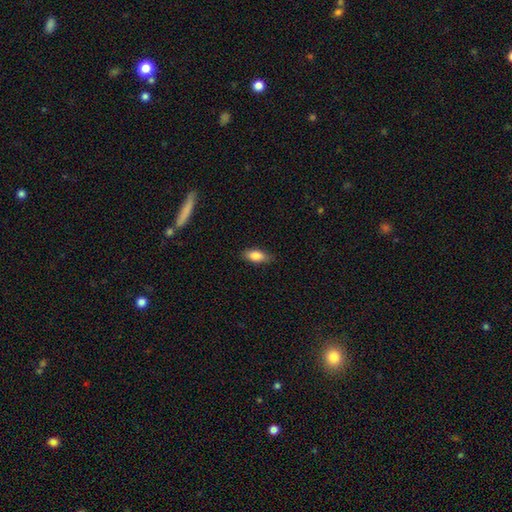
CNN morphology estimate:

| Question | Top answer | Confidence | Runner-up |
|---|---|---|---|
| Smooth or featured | smooth | 83% | featured or disk (10%) |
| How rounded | in between | 82% | cigar-shaped (14%) |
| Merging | none | 81% | minor disturbance (15%) |